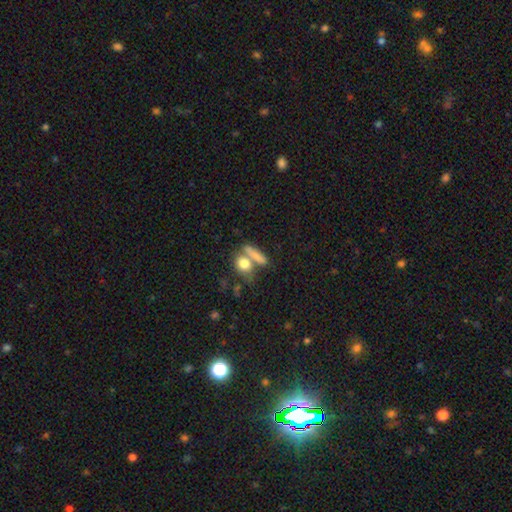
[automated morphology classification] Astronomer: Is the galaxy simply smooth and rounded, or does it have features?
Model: smooth — 75%.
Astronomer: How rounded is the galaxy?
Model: in between — 37% (runner-up: cigar-shaped, 33%).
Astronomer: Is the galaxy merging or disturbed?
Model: none — 47% (runner-up: merger, 36%).